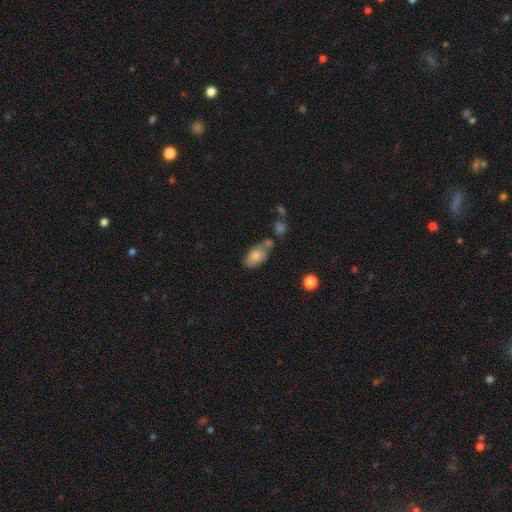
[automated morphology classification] This appears to be a smooth galaxy with no disk features (77%) that is in between round and cigar-shaped (91%). Merging: none (50%).